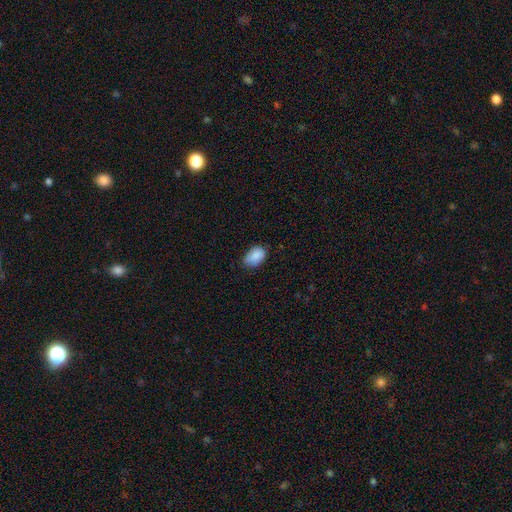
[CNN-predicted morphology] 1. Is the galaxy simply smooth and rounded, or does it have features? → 87% smooth, 7% star or artifact, 6% featured or disk.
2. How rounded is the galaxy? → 86% in between, 13% round, 1% cigar-shaped.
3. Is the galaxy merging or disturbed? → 65% none, 29% minor disturbance, 5% major disturbance, 1% merger.